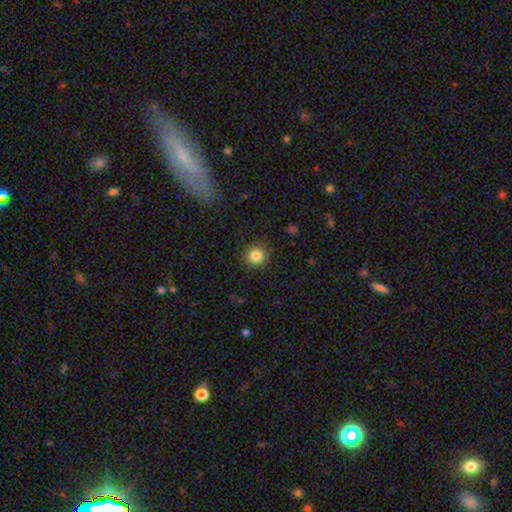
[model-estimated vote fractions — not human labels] Smooth or featured?
  - smooth: 85% *
  - star or artifact: 11%
  - featured or disk: 5%
How rounded?
  - round: 93% *
  - in between: 6%
  - cigar-shaped: 1%
Merging?
  - none: 89% *
  - minor disturbance: 8%
  - major disturbance: 3%
  - merger: 1%